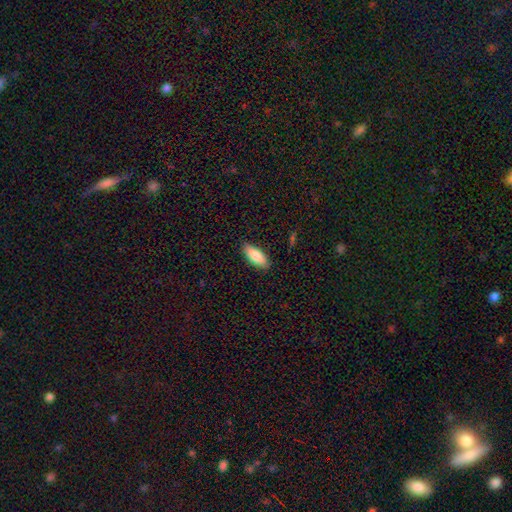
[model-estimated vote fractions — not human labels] A smooth galaxy with no disk features (84%) that is in between round and cigar-shaped (77%).

Vote fractions:
- Smooth or featured? smooth: 84% / featured or disk: 10% / star or artifact: 6%
- How rounded? in between: 77% / cigar-shaped: 21% / round: 2%
- Merging? none: 86% / minor disturbance: 11% / major disturbance: 2% / merger: 1%